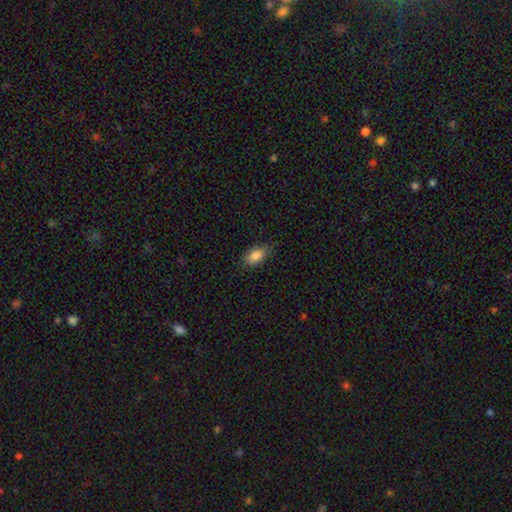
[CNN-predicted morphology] Smooth or featured: smooth — 85% (star or artifact — 8%)
How rounded: in between — 89% (round — 6%)
Merging: none — 78% (minor disturbance — 17%)